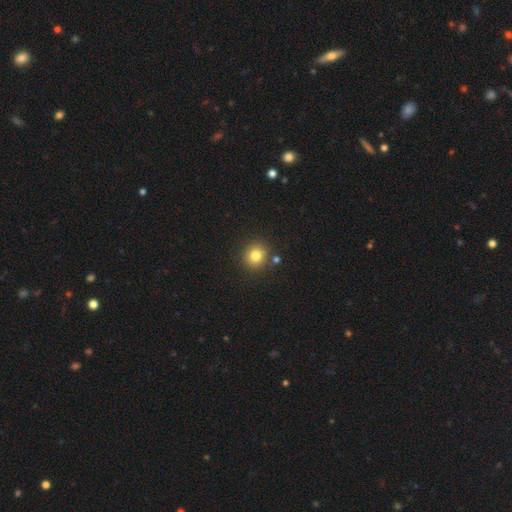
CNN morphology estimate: smooth 81%, star or artifact 12%, featured or disk 7%. Down the decision tree: how rounded — round (89%); merging — none (86%).